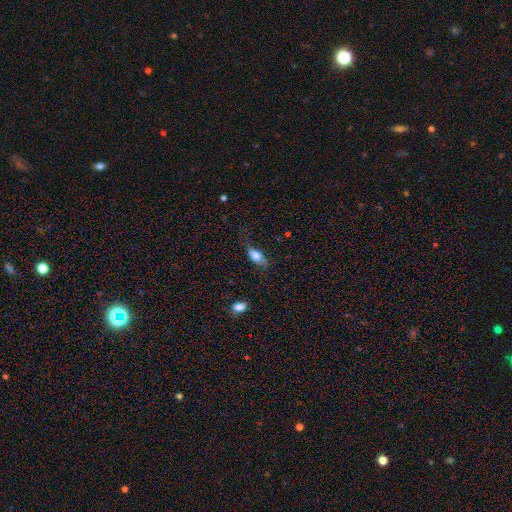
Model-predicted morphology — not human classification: A smooth galaxy with no disk features (73%) that is in between round and cigar-shaped (80%).

Vote fractions:
- Smooth or featured? smooth: 73% / featured or disk: 19% / star or artifact: 7%
- How rounded? in between: 80% / cigar-shaped: 15% / round: 5%
- Merging? none: 64% / minor disturbance: 25% / major disturbance: 10% / merger: 2%